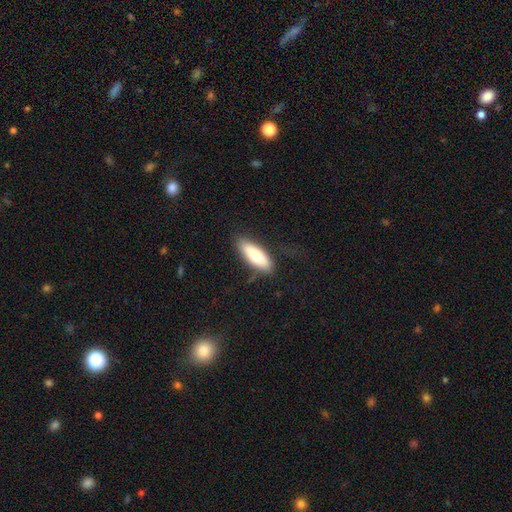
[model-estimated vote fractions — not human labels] The model was most divided on "how rounded": in between: 60%, cigar-shaped: 38%, round: 2%. More confident: merging — none (79%); smooth or featured — smooth (71%).